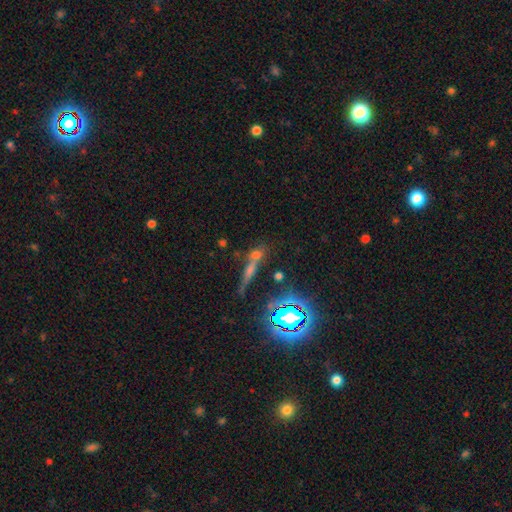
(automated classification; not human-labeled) Overall: smooth (41%; star or artifact 32%). Merging: none (49%; merger 35%).